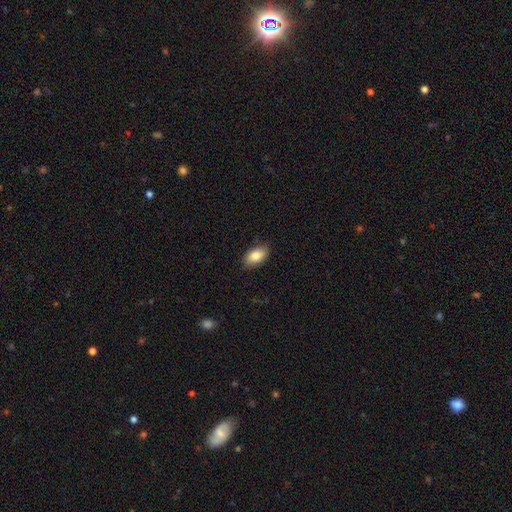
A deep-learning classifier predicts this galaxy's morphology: This is clearly a smooth galaxy (84%). How rounded: clearly in between (92%). Merging: clearly none (85%).